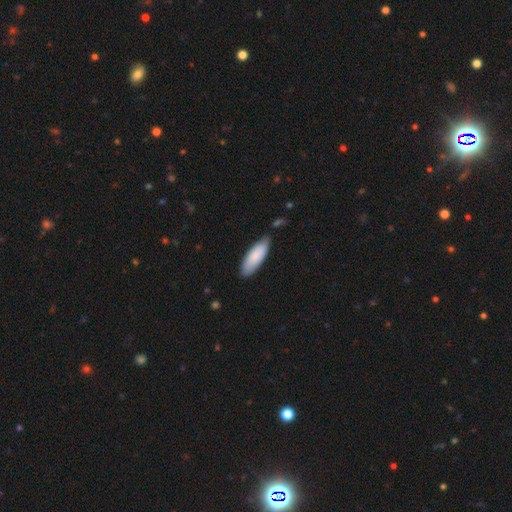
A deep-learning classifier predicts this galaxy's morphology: Smooth or featured?
  - smooth: 86% *
  - featured or disk: 9%
  - star or artifact: 5%
How rounded?
  - in between: 62% *
  - cigar-shaped: 36%
  - round: 1%
Merging?
  - none: 70% *
  - minor disturbance: 23%
  - merger: 4%
  - major disturbance: 4%